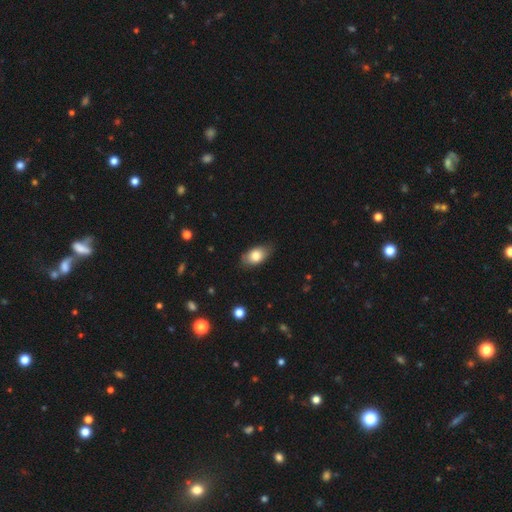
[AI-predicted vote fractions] smooth 79%, featured or disk 14%, star or artifact 7%. Down the decision tree: how rounded — in between (89%); merging — none (77%).